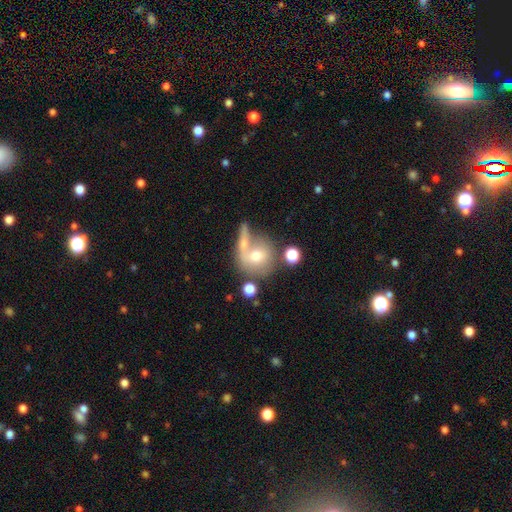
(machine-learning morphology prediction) type=smooth (60%); roundness=round (79%); merging=none (41%).